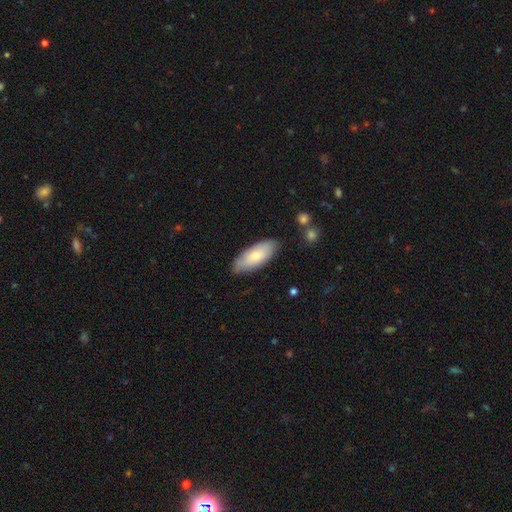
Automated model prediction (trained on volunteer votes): The model was most divided on "smooth or featured": smooth: 70%, featured or disk: 24%, star or artifact: 6%. More confident: how rounded — in between (82%); merging — none (81%).